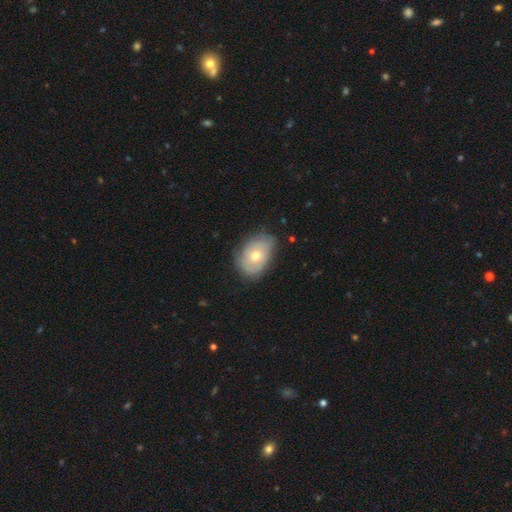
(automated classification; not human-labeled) Smooth or featured? smooth (53%)
How rounded? in between (75%)
Merging? none (64%)